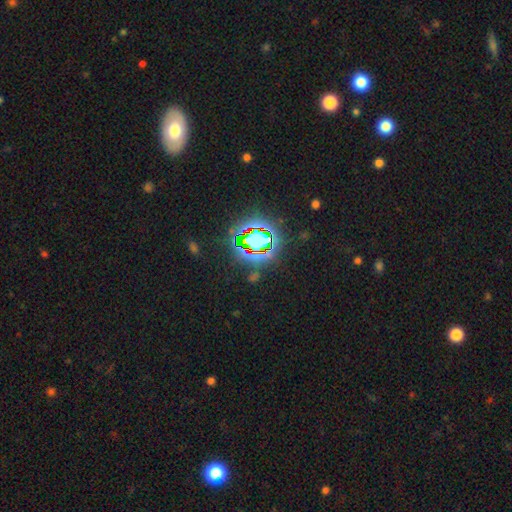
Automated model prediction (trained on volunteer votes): star or artifact 75%, smooth 13%, featured or disk 11%.